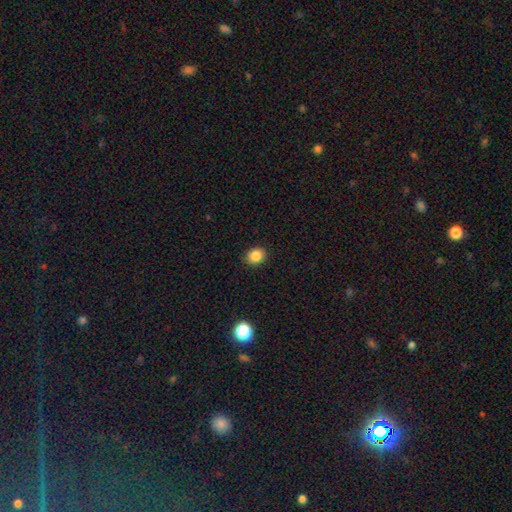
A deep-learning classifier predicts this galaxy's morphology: Smooth or featured? Predicted: smooth (p=0.85). How rounded? Predicted: round (p=0.61). Merging? Predicted: none (p=0.90).